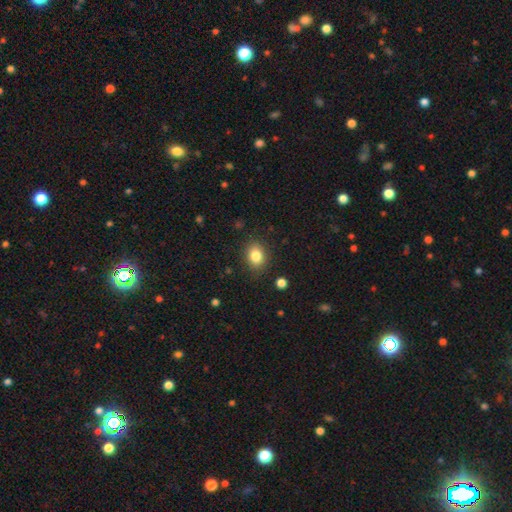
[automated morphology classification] Smooth or featured?
  - smooth: 83% *
  - star or artifact: 10%
  - featured or disk: 7%
How rounded?
  - in between: 56% *
  - round: 43%
  - cigar-shaped: 1%
Merging?
  - none: 86% *
  - minor disturbance: 10%
  - major disturbance: 3%
  - merger: 1%